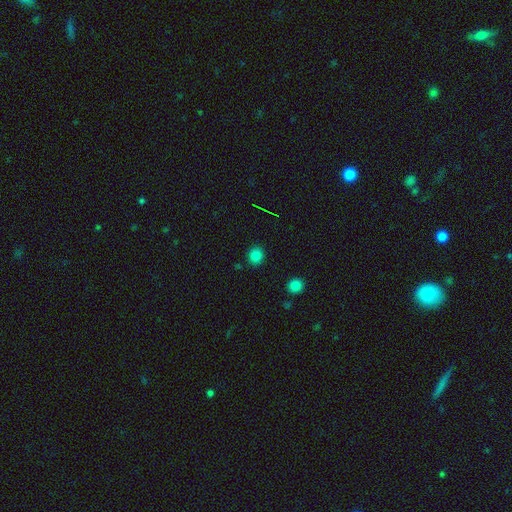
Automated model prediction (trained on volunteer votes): Morphology: type=smooth (80%); roundness=round (81%); merging=none (88%).